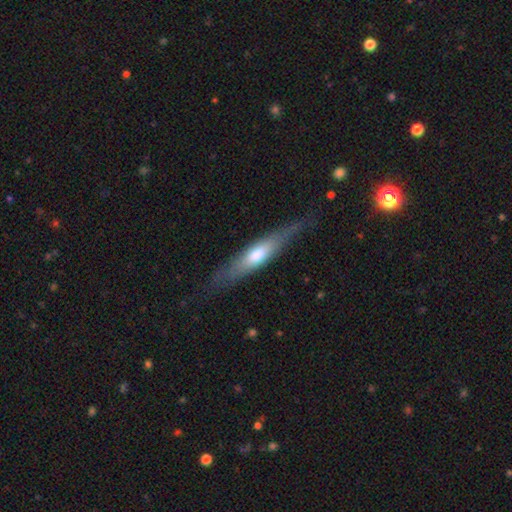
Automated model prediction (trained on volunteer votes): smooth-or-featured: smooth: 48% | featured or disk: 47% | star or artifact: 5%
  merging: none: 75% | minor disturbance: 17% | major disturbance: 6% | merger: 1%